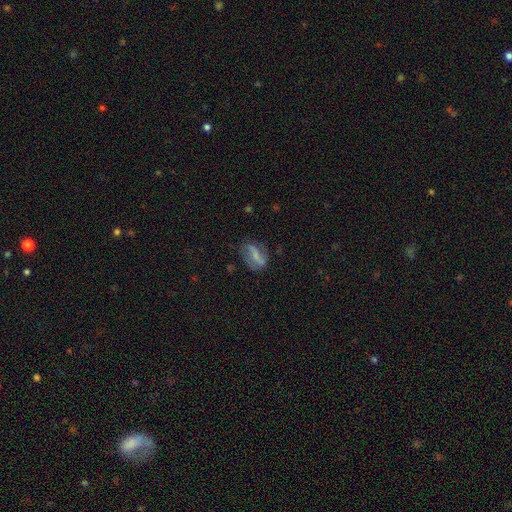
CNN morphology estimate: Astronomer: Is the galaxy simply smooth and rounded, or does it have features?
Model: featured or disk — 49% (runner-up: smooth, 42%).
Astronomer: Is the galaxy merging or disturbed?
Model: none — 61%.